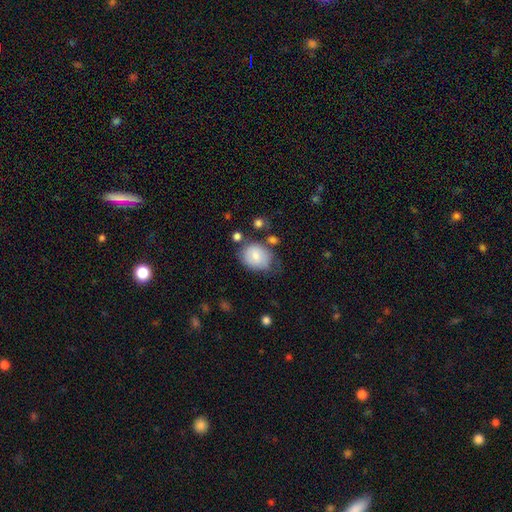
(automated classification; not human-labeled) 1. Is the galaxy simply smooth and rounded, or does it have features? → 76% smooth, 17% featured or disk, 7% star or artifact.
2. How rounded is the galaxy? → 56% in between, 44% round, 1% cigar-shaped.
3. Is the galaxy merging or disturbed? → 55% none, 27% minor disturbance, 11% major disturbance, 7% merger.